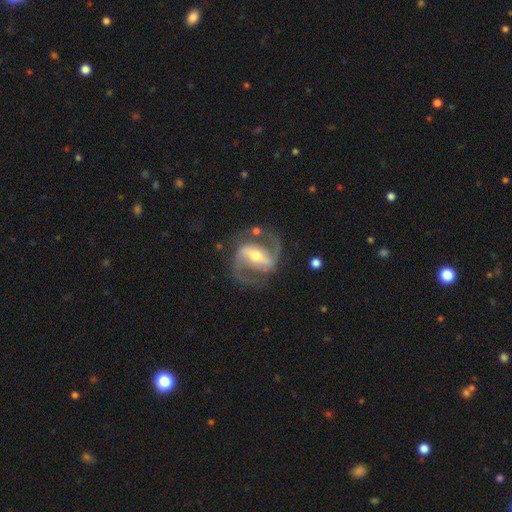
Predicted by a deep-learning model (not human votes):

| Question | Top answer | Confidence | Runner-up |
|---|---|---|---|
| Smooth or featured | featured or disk | 91% | smooth (5%) |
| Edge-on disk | no | 97% | yes (3%) |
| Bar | strong | 59% | weak (30%) |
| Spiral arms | yes | 96% | no (4%) |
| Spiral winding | medium | 60% | loose (24%) |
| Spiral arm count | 2 | 93% | can't tell (2%) |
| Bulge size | moderate | 63% | small (28%) |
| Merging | none | 77% | minor disturbance (13%) |